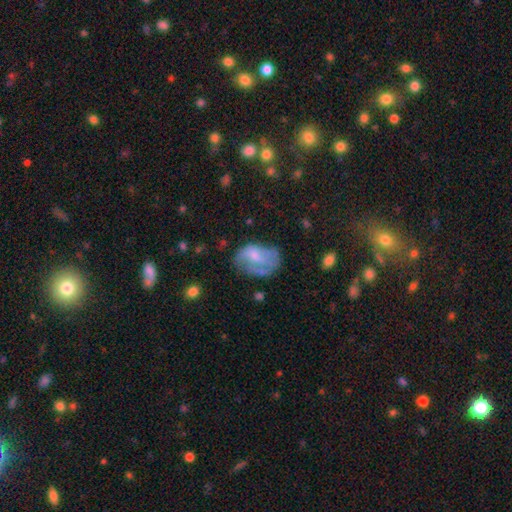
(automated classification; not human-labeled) A smooth galaxy with no disk features (47%).

Vote fractions:
- Smooth or featured? smooth: 47% / featured or disk: 44% / star or artifact: 9%
- Merging? none: 39% / major disturbance: 29% / minor disturbance: 28% / merger: 4%